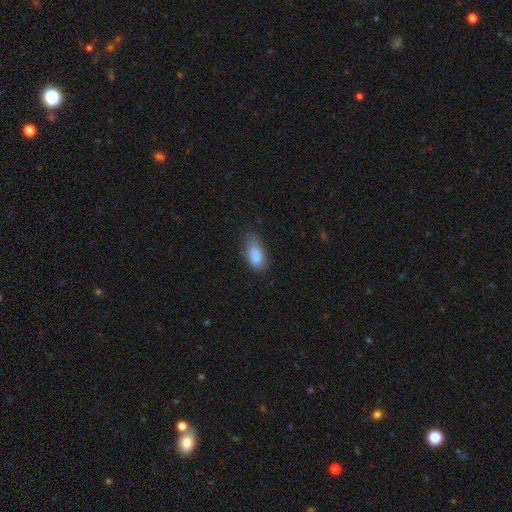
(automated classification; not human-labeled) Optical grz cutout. It shows a smooth galaxy with no disk features (85%) that is in between round and cigar-shaped (90%). Merging: none (46%).